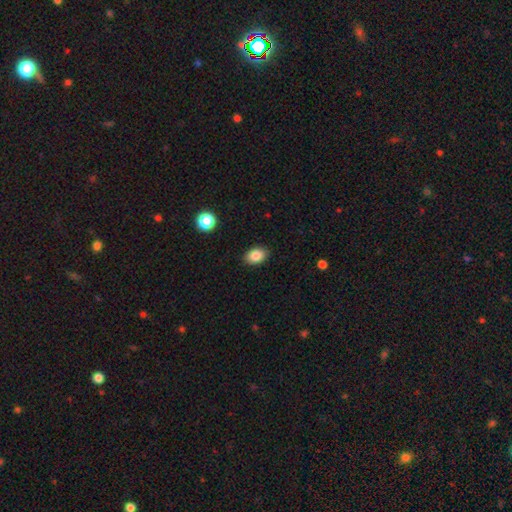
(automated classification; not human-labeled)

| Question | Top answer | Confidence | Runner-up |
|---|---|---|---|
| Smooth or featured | smooth | 86% | star or artifact (9%) |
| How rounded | in between | 80% | round (19%) |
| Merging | none | 88% | minor disturbance (9%) |